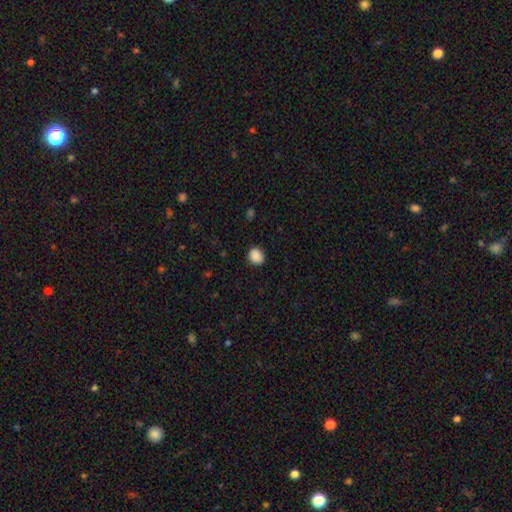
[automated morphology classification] smooth_or_featured: smooth (p=0.89) [alt: star or artifact p=0.08]
how_rounded: round (p=0.66) [alt: in between p=0.34]
merging: none (p=0.86) [alt: minor disturbance p=0.10]